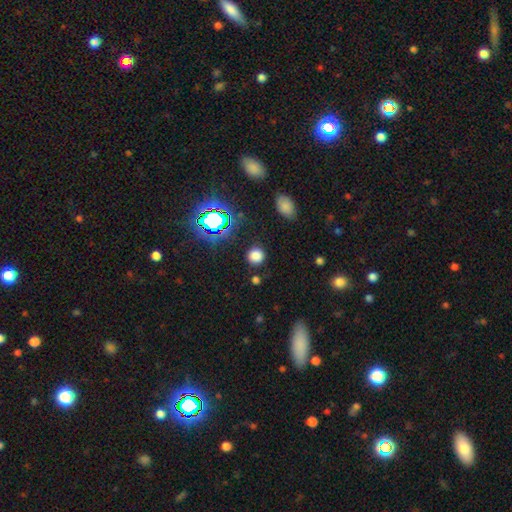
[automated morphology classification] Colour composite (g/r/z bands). It shows a smooth galaxy with no disk features (74%) that is round (91%). Merging: none (86%).